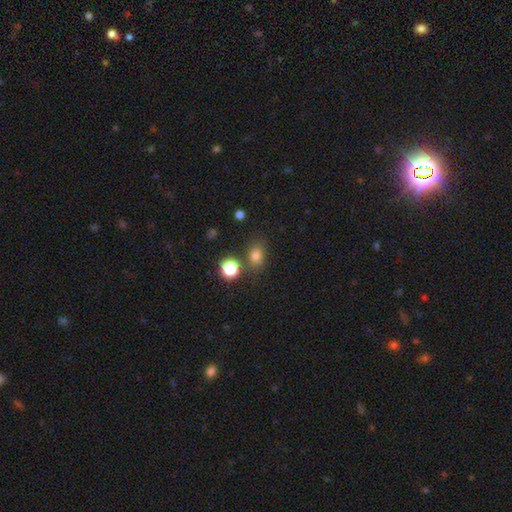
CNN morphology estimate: type=smooth (76%); roundness=in between (51%); merging=none (71%).